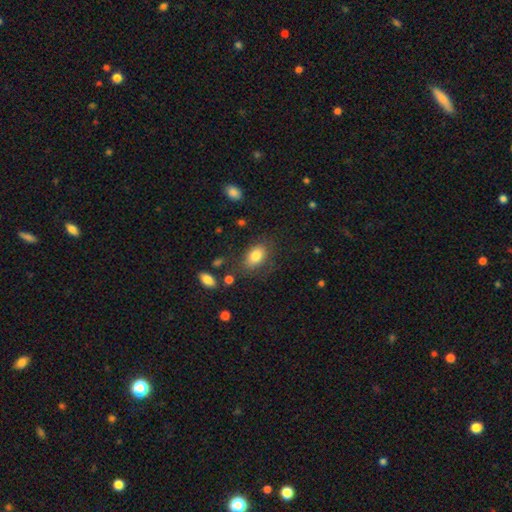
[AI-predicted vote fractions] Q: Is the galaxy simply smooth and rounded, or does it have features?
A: smooth — 82%.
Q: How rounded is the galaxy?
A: in between — 87%.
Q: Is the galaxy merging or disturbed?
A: none — 73%.